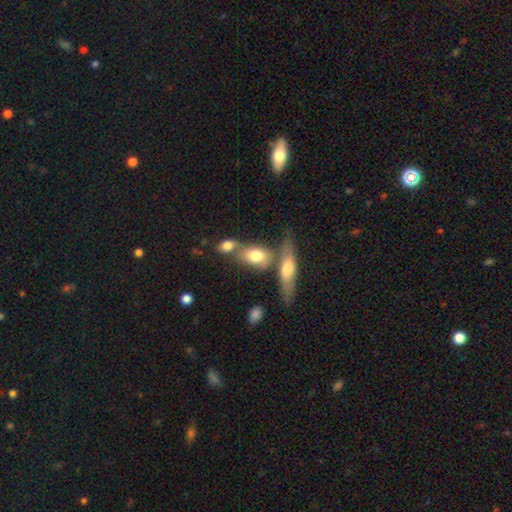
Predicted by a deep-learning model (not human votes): smooth_or_featured: smooth (p=0.72) [alt: featured or disk p=0.21]
how_rounded: in between (p=0.75) [alt: round p=0.15]
merging: merger (p=0.42) [alt: none p=0.39]